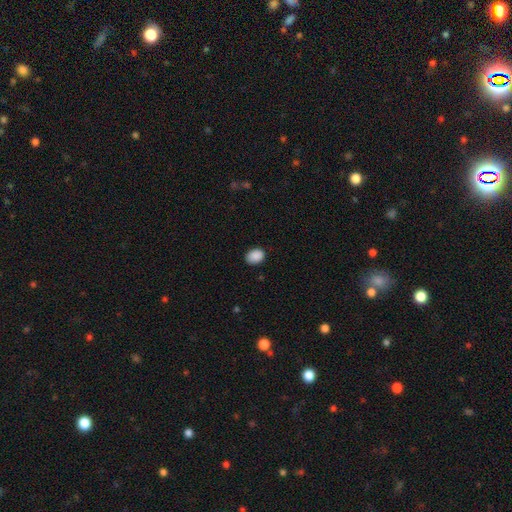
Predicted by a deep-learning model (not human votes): This is clearly a smooth galaxy (89%). How rounded: likely in between (69%). Merging: clearly none (84%).